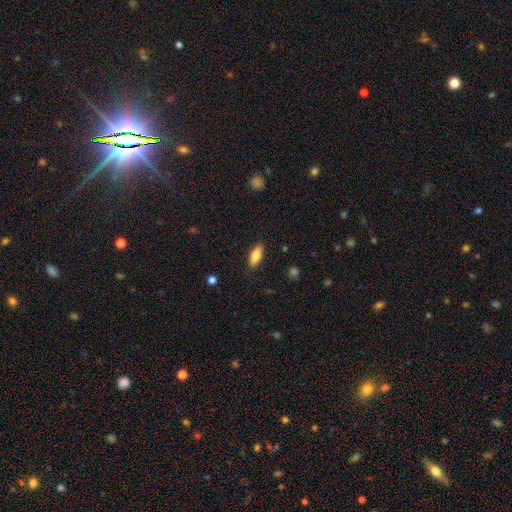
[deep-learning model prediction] Smooth or featured? smooth (83%)
How rounded? in between (75%)
Merging? none (88%)